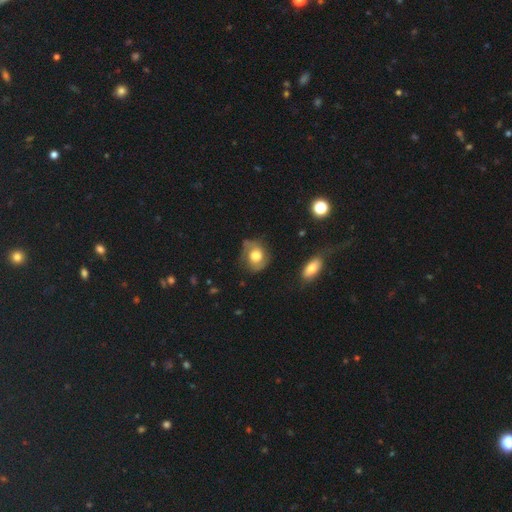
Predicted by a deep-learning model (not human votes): smooth 50%, featured or disk 42%, star or artifact 8%. Down the decision tree: merging — none (57%).